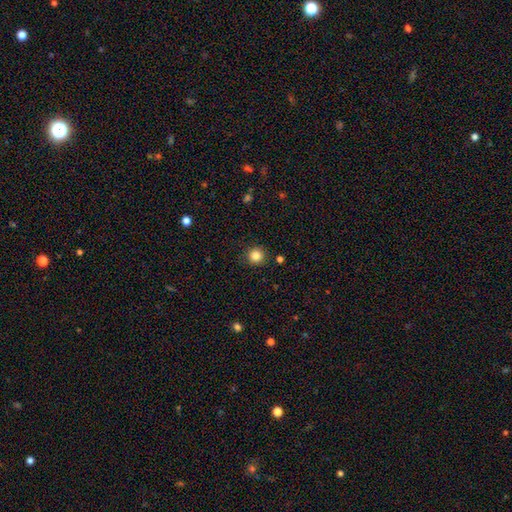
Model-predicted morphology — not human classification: Smooth or featured?
  - smooth: 84% *
  - star or artifact: 11%
  - featured or disk: 4%
How rounded?
  - round: 94% *
  - in between: 5%
  - cigar-shaped: 1%
Merging?
  - none: 90% *
  - minor disturbance: 7%
  - major disturbance: 2%
  - merger: 1%